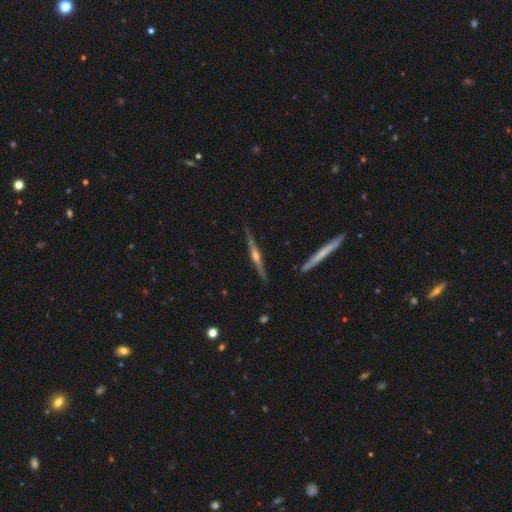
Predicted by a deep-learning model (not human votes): This appears to be a featured or disk galaxy (76%) viewed edge-on (98%) with a rounded central bulge (82%). Merging: none (85%).